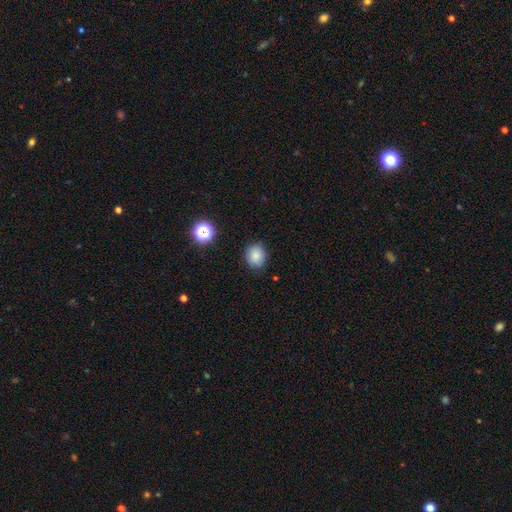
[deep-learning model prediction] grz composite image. It shows a smooth galaxy with no disk features (83%) that is round (73%). Merging: none (84%).